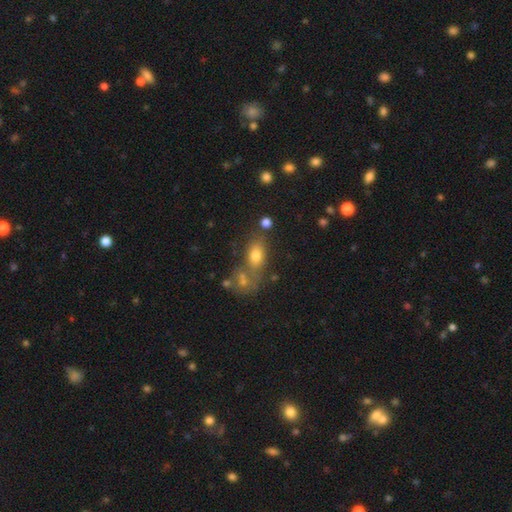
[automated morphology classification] A smooth galaxy with no disk features (71%) that is in between round and cigar-shaped (79%).

Vote fractions:
- Smooth or featured? smooth: 71% / featured or disk: 16% / star or artifact: 13%
- How rounded? in between: 79% / round: 16% / cigar-shaped: 6%
- Merging? none: 49% / merger: 29% / minor disturbance: 14% / major disturbance: 8%